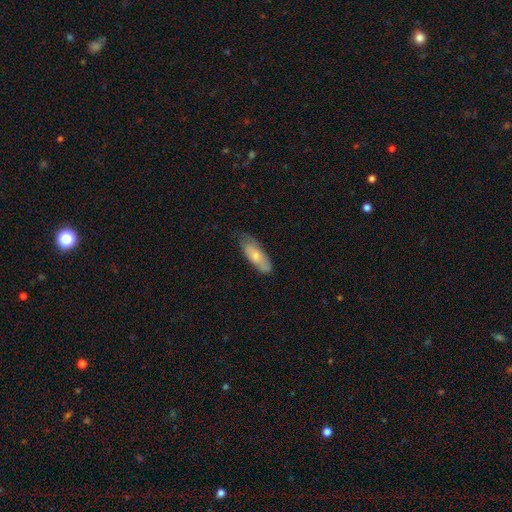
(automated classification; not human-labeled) Smooth or featured? Predicted: smooth (p=0.68). How rounded? Predicted: in between (p=0.70). Merging? Predicted: none (p=0.58).